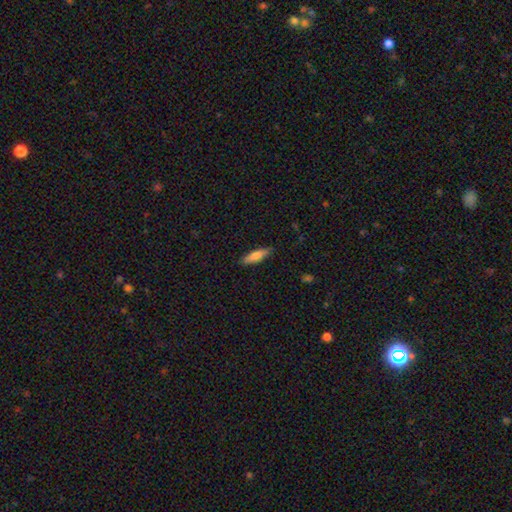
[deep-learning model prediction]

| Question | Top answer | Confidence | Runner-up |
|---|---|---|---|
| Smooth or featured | smooth | 74% | featured or disk (21%) |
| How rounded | cigar-shaped | 62% | in between (36%) |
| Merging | none | 87% | minor disturbance (10%) |